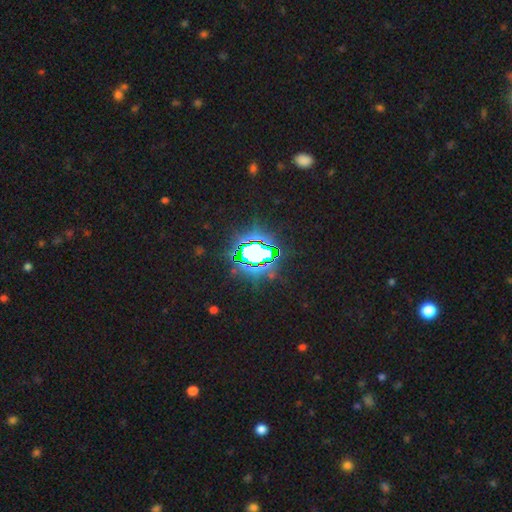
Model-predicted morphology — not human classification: Smooth or featured? star or artifact (76%)